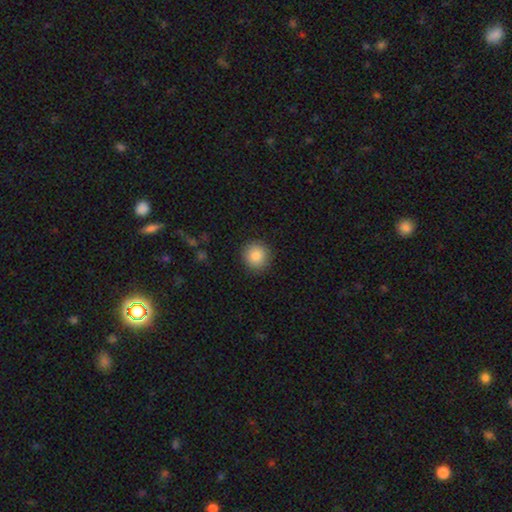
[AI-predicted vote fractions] smooth_or_featured: smooth (p=0.85) [alt: star or artifact p=0.09]
how_rounded: round (p=0.93) [alt: in between p=0.06]
merging: none (p=0.91) [alt: minor disturbance p=0.06]